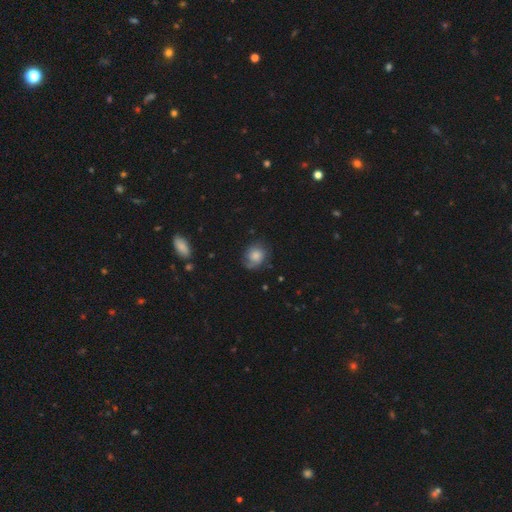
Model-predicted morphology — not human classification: A smooth galaxy with no disk features (67%) that is round (70%).

Vote fractions:
- Smooth or featured? smooth: 67% / featured or disk: 24% / star or artifact: 9%
- How rounded? round: 70% / in between: 30% / cigar-shaped: 1%
- Merging? none: 63% / minor disturbance: 25% / major disturbance: 10% / merger: 2%